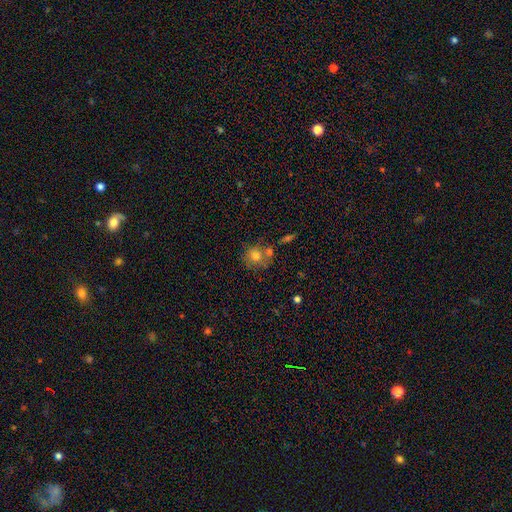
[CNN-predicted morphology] Smooth or featured? smooth (71%)
How rounded? round (78%)
Merging? none (50%)